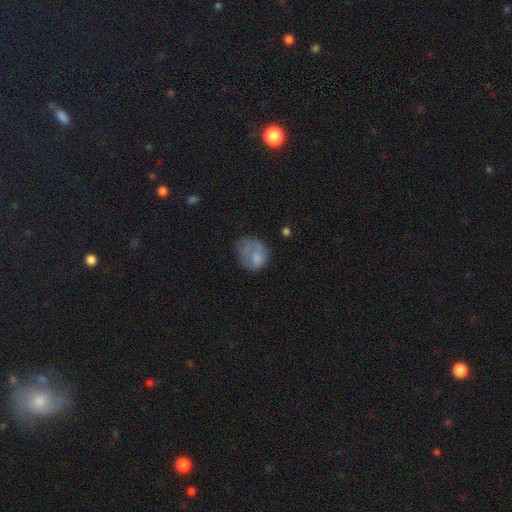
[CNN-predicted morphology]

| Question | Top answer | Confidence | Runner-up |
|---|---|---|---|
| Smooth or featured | smooth | 64% | featured or disk (26%) |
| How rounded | round | 54% | in between (45%) |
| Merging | none | 35% | major disturbance (31%) |